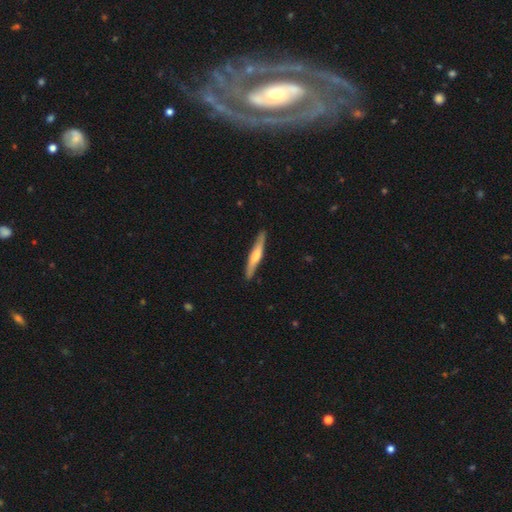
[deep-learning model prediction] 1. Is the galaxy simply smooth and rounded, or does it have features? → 54% featured or disk, 41% smooth, 5% star or artifact.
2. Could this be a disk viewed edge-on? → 93% yes, 7% no.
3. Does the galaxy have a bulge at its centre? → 65% rounded, 18% none, 17% boxy.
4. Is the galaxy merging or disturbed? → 87% none, 10% minor disturbance, 2% major disturbance, 1% merger.